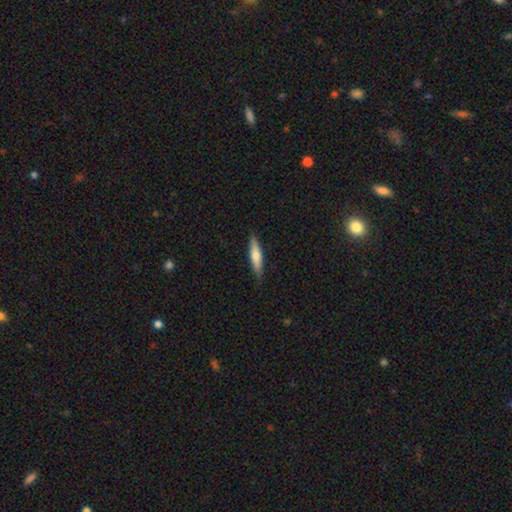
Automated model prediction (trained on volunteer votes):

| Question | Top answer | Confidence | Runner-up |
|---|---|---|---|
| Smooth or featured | smooth | 61% | featured or disk (33%) |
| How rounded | cigar-shaped | 83% | in between (15%) |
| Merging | none | 87% | minor disturbance (10%) |